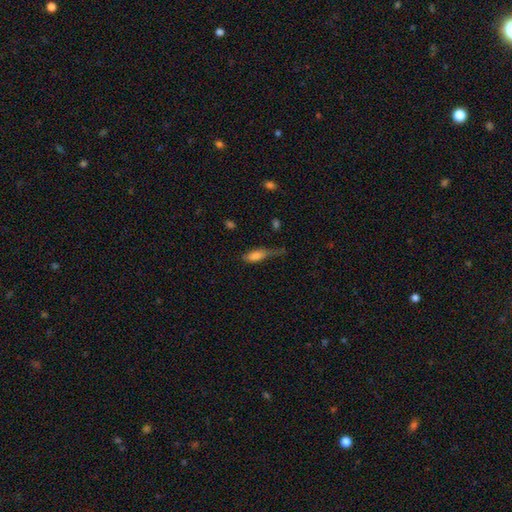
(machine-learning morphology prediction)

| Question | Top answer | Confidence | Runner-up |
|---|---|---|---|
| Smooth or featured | smooth | 76% | featured or disk (15%) |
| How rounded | in between | 68% | cigar-shaped (29%) |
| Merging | minor disturbance | 36% | major disturbance (30%) |